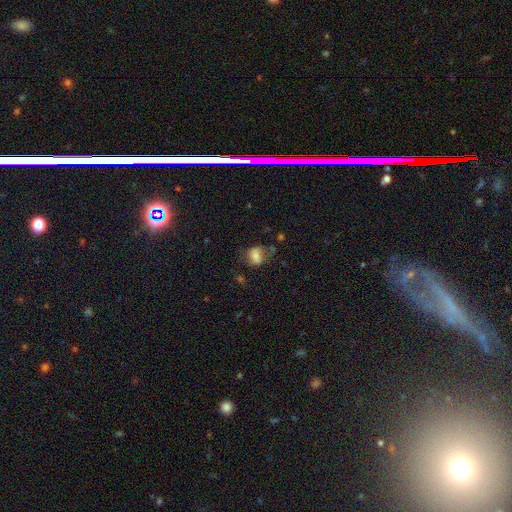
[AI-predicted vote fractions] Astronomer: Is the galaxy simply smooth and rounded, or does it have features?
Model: smooth — 68%.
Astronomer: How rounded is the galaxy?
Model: in between — 61% (runner-up: round, 37%).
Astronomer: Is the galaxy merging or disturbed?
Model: none — 49% (runner-up: minor disturbance, 27%).